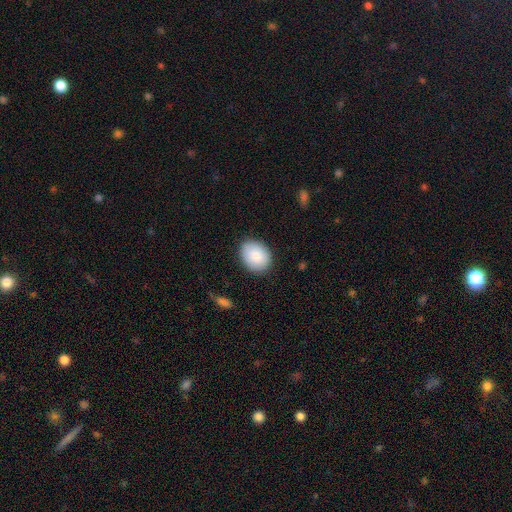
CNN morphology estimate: This appears to be a smooth galaxy with no disk features (87%) that is in between round and cigar-shaped (64%). Merging: none (86%).